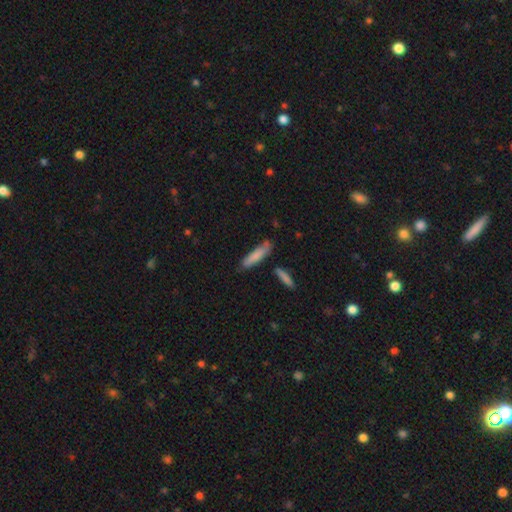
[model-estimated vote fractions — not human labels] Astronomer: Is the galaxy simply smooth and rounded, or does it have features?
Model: smooth — 78%.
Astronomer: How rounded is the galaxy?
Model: cigar-shaped — 78%.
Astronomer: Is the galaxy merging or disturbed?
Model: none — 68%.